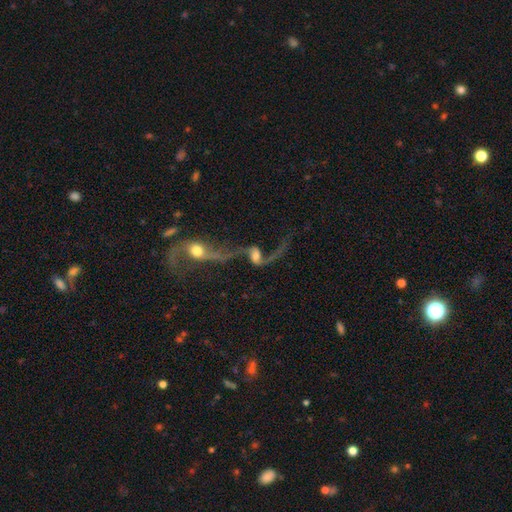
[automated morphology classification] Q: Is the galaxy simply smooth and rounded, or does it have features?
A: featured or disk — 76%.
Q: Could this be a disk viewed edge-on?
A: no — 93%.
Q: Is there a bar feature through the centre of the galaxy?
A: no — 47%.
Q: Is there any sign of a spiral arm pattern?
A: yes — 87%.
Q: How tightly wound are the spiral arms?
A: loose — 91%.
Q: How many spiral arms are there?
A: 2 — 79%.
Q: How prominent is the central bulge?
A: moderate — 43%.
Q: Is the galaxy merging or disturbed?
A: merger — 59%.